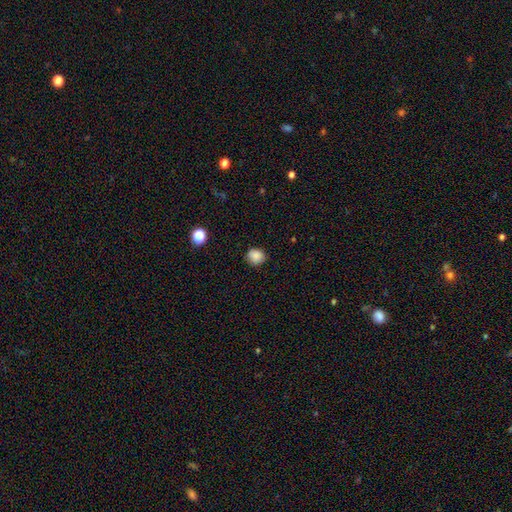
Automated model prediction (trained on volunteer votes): Smooth or featured: smooth — 86% (star or artifact — 10%)
How rounded: round — 77% (in between — 22%)
Merging: none — 83% (minor disturbance — 13%)